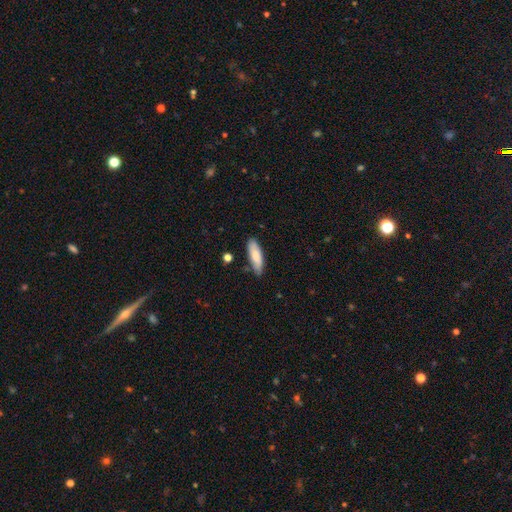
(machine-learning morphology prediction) A smooth galaxy with no disk features (80%) that is in between round and cigar-shaped (52%).

Vote fractions:
- Smooth or featured? smooth: 80% / featured or disk: 15% / star or artifact: 6%
- How rounded? in between: 52% / cigar-shaped: 47% / round: 2%
- Merging? none: 77% / minor disturbance: 18% / major disturbance: 3% / merger: 3%